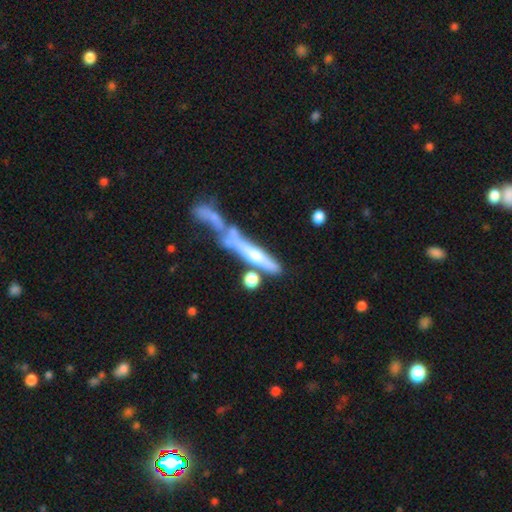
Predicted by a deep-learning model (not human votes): Smooth or featured? Predicted: featured or disk (p=0.58). Edge-on disk? Predicted: yes (p=0.75). Merging? Predicted: merger (p=0.42).